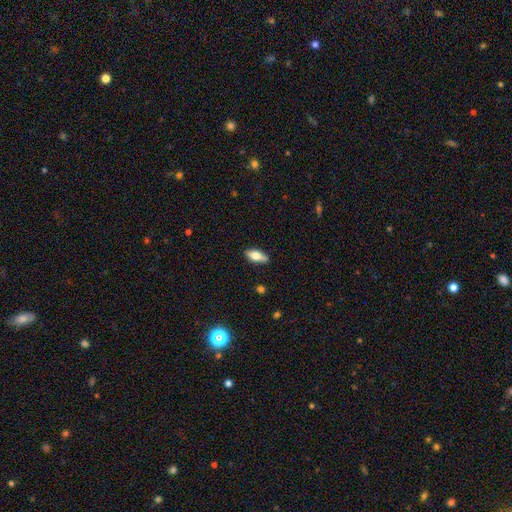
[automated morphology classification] smooth_or_featured: smooth (p=0.67) [alt: featured or disk p=0.26]
how_rounded: in between (p=0.80) [alt: cigar-shaped p=0.17]
merging: none (p=0.79) [alt: minor disturbance p=0.15]